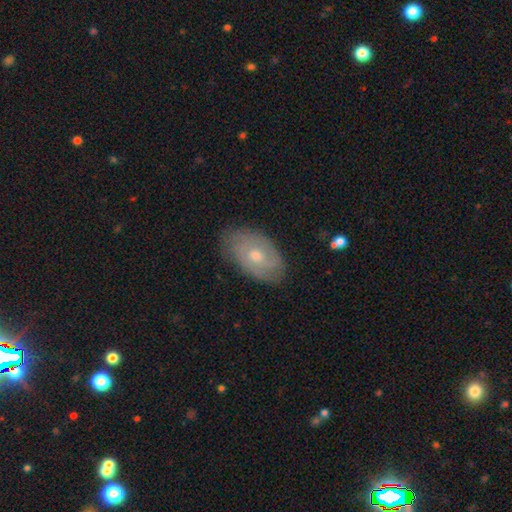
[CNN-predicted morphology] A featured or disk galaxy (63%) with no bar (69%), spiral arms (80%) and a moderate central bulge (55%). Merging: none (78%).